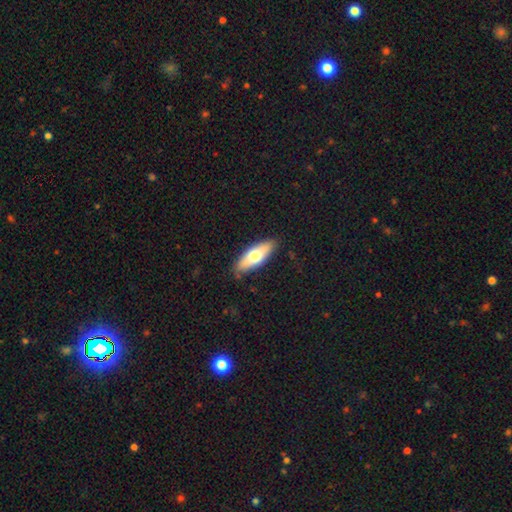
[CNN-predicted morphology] This is likely a smooth galaxy (62%). How rounded: likely in between (66%). Merging: clearly none (87%).